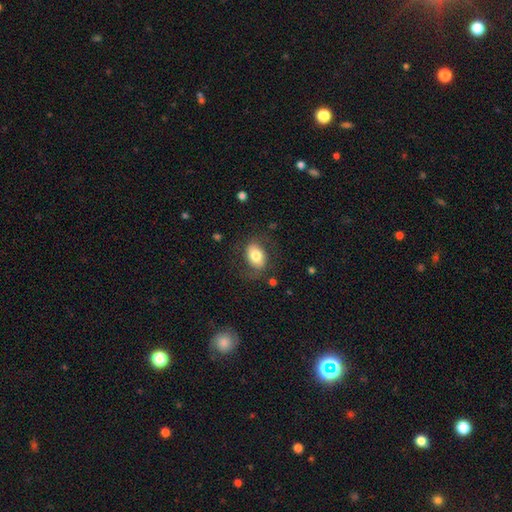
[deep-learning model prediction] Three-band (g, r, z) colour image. It shows a smooth galaxy with no disk features (69%) that is in between round and cigar-shaped (80%). Merging: none (70%).